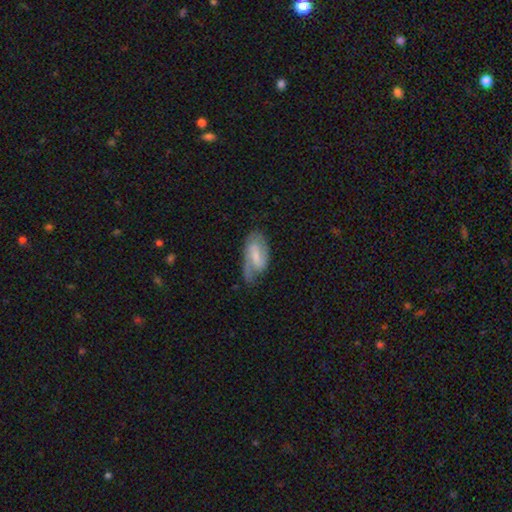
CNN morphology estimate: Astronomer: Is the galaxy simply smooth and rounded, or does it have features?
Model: featured or disk — 66%.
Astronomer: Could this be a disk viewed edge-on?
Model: no — 95%.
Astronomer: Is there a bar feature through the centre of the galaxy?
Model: weak — 53%.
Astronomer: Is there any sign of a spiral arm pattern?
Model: yes — 89%.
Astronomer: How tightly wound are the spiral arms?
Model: medium — 47% (runner-up: tight, 31%).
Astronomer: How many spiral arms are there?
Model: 2 — 68%.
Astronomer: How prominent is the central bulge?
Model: small — 45% (runner-up: moderate, 35%).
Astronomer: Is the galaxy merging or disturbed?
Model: none — 57%.